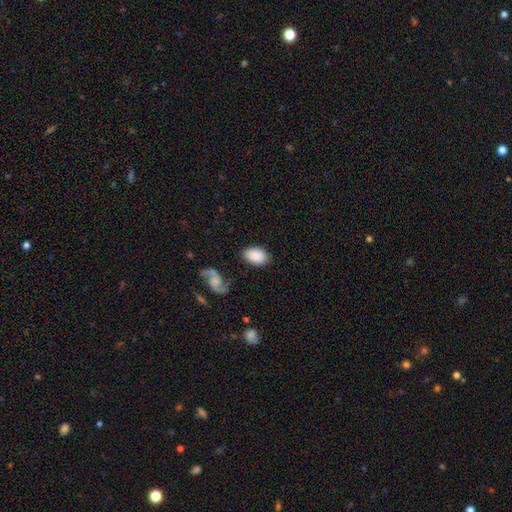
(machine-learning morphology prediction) Smooth or featured?
  - smooth: 82% *
  - featured or disk: 11%
  - star or artifact: 7%
How rounded?
  - in between: 87% *
  - round: 12%
  - cigar-shaped: 1%
Merging?
  - none: 73% *
  - minor disturbance: 17%
  - merger: 5%
  - major disturbance: 5%